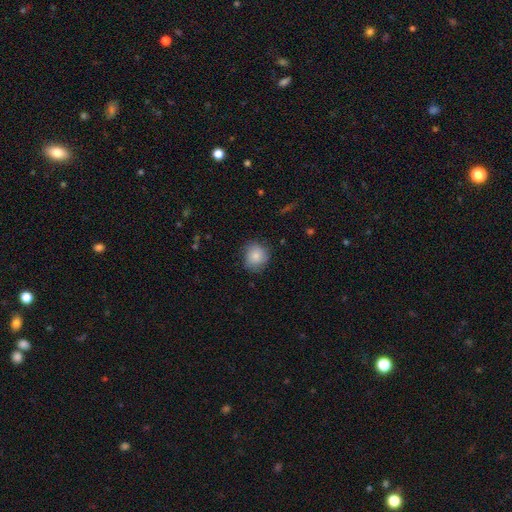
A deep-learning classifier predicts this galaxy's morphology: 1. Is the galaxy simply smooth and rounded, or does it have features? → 82% smooth, 11% featured or disk, 7% star or artifact.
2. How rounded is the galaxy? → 84% round, 15% in between, 1% cigar-shaped.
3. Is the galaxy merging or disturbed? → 77% none, 18% minor disturbance, 4% major disturbance, 1% merger.